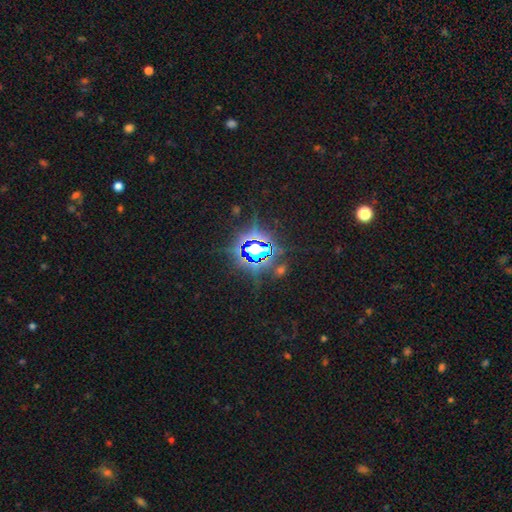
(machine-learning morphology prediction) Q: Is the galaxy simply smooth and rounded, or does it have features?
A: star or artifact — 82%.